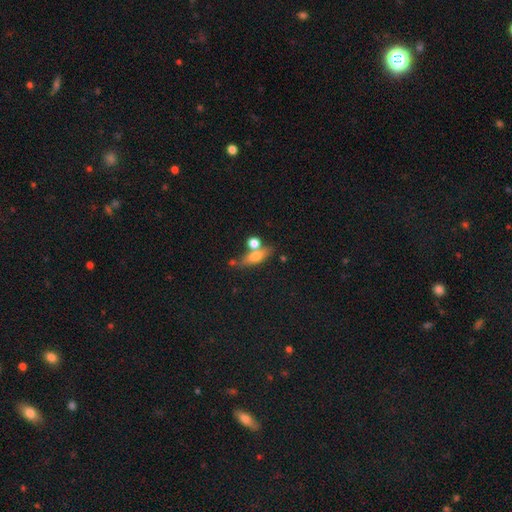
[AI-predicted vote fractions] This is possibly a smooth galaxy (60%). How rounded: possibly in between (50%). Merging: possibly none (56%).